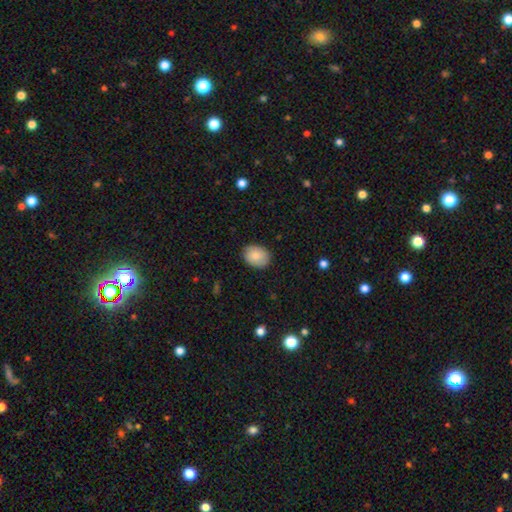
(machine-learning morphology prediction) Smooth or featured? Predicted: smooth (p=0.85). How rounded? Predicted: in between (p=0.60). Merging? Predicted: none (p=0.87).